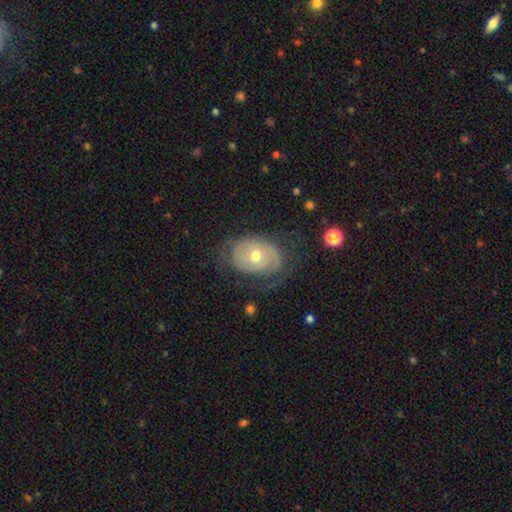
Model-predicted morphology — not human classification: This is possibly a featured or disk galaxy (58%). It is clearly not viewed edge-on (94%). Bar: clearly no (82%). Spiral arm pattern: possibly yes (59%). Central bulge: likely moderate (62%). Merging: possibly none (57%).